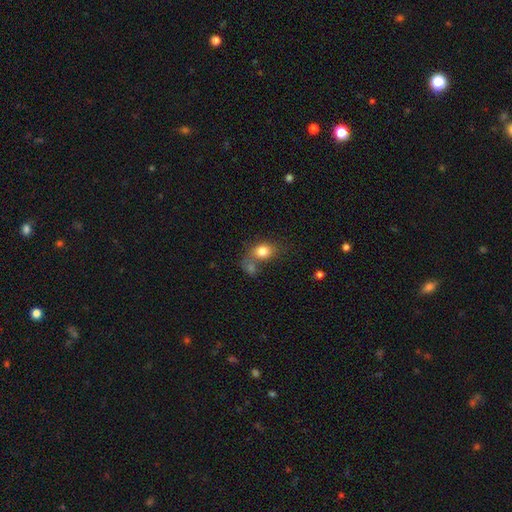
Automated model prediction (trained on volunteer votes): Overall: smooth (76%). How rounded: in between (56%; round 42%). Merging: none (41%; merger 35%).